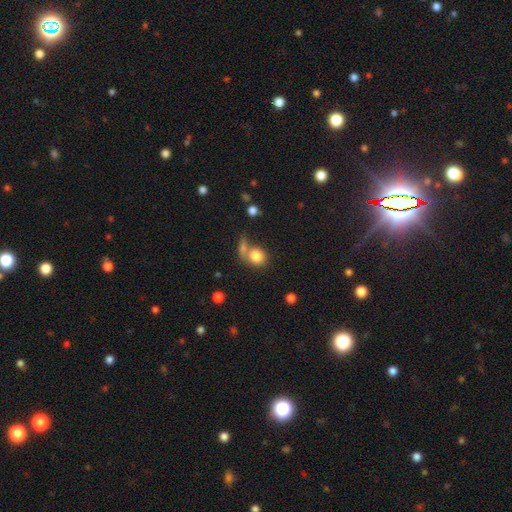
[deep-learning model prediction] Overall: smooth (82%). How rounded: round (72%). Merging: none (45%; merger 37%).